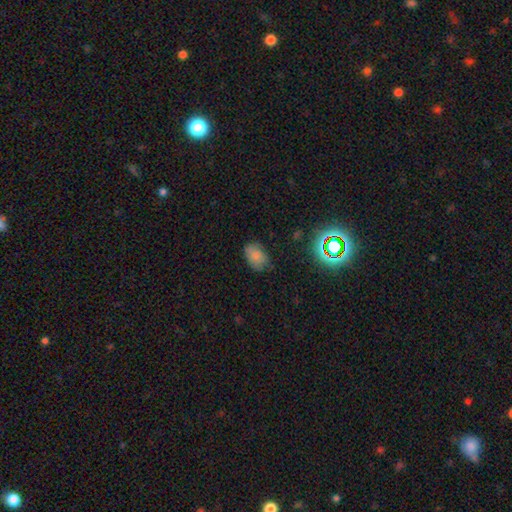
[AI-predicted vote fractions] This appears to be a smooth galaxy with no disk features (78%) that is in between round and cigar-shaped (83%). Merging: none (70%).